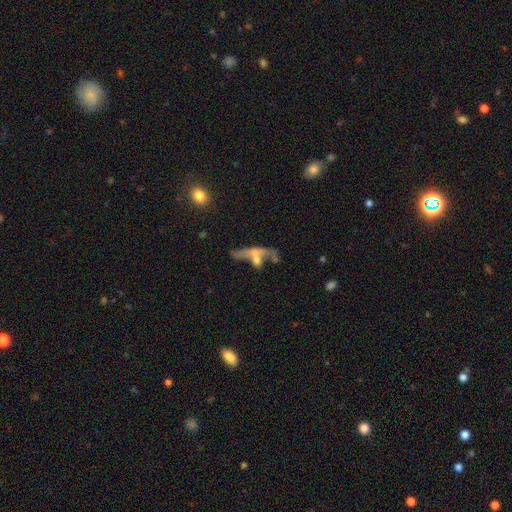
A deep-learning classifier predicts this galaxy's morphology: The model was most divided on "smooth or featured": featured or disk: 46%, smooth: 42%, star or artifact: 11%. Remaining: merging — merger (40%).